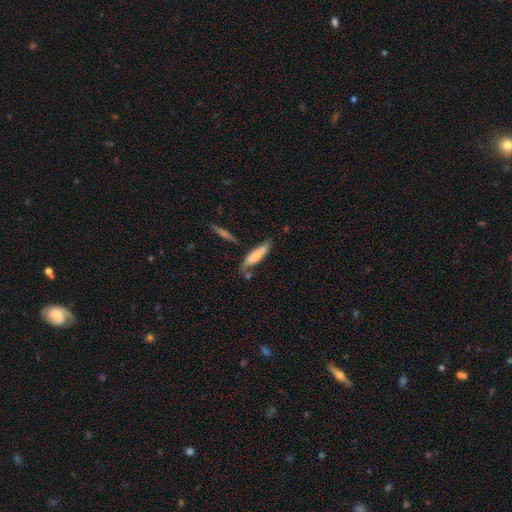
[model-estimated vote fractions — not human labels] smooth-or-featured: smooth: 66% | featured or disk: 28% | star or artifact: 6%
  how-rounded: cigar-shaped: 58% | in between: 40% | round: 2%
  merging: none: 58% | minor disturbance: 24% | merger: 11% | major disturbance: 7%